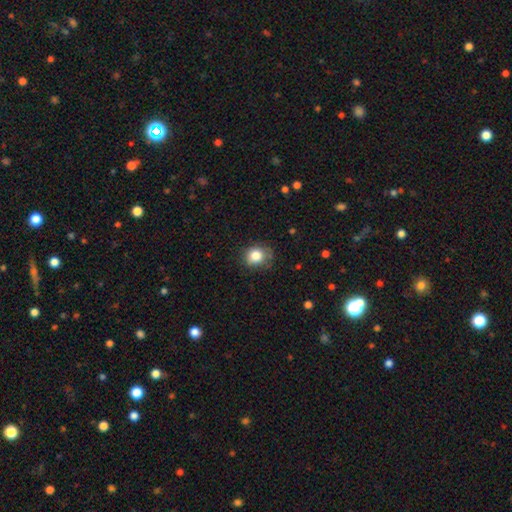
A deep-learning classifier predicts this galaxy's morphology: Overall: smooth (82%). How rounded: round (71%). Merging: none (73%).